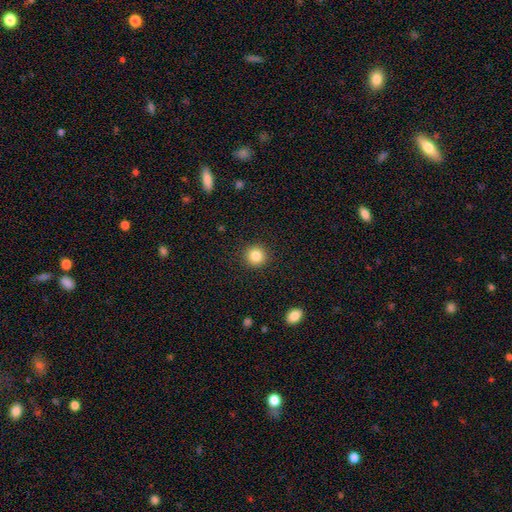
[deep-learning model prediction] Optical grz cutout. It shows a smooth galaxy with no disk features (85%) that is round (94%). Merging: none (92%).